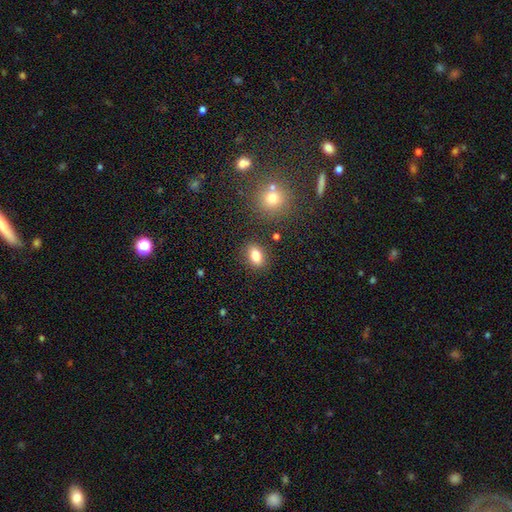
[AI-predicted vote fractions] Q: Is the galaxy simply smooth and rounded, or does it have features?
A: smooth — 81%.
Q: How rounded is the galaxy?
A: in between — 80%.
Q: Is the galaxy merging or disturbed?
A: none — 84%.